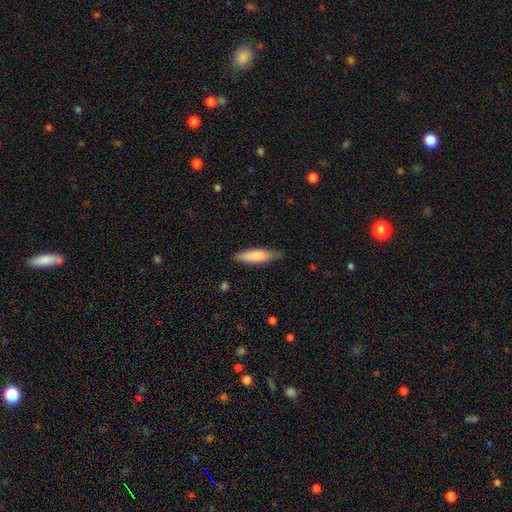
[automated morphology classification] smooth_or_featured: smooth (p=0.80) [alt: featured or disk p=0.15]
how_rounded: cigar-shaped (p=0.62) [alt: in between p=0.36]
merging: none (p=0.78) [alt: minor disturbance p=0.18]